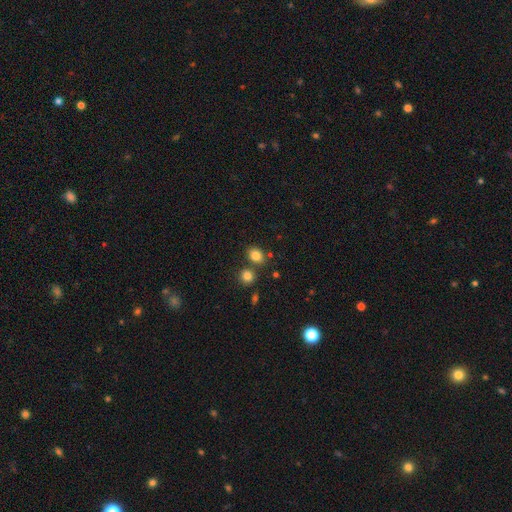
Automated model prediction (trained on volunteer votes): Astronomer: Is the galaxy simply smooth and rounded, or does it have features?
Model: smooth — 83%.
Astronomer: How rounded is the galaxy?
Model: round — 50% (runner-up: in between, 49%).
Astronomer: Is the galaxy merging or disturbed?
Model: none — 72%.